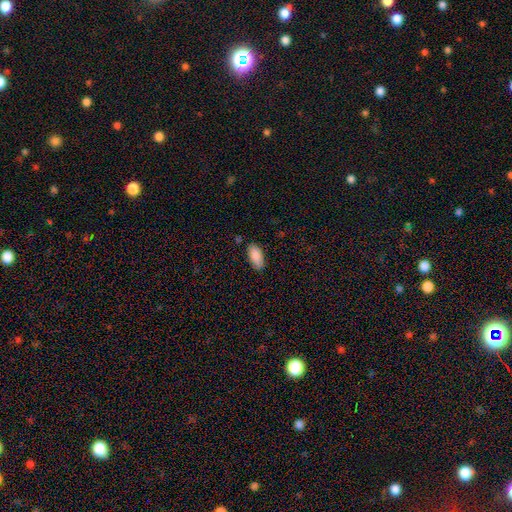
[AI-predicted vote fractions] A smooth galaxy with no disk features (88%) that is in between round and cigar-shaped (91%).

Vote fractions:
- Smooth or featured? smooth: 88% / star or artifact: 6% / featured or disk: 5%
- How rounded? in between: 91% / cigar-shaped: 7% / round: 2%
- Merging? none: 80% / minor disturbance: 15% / major disturbance: 3% / merger: 2%